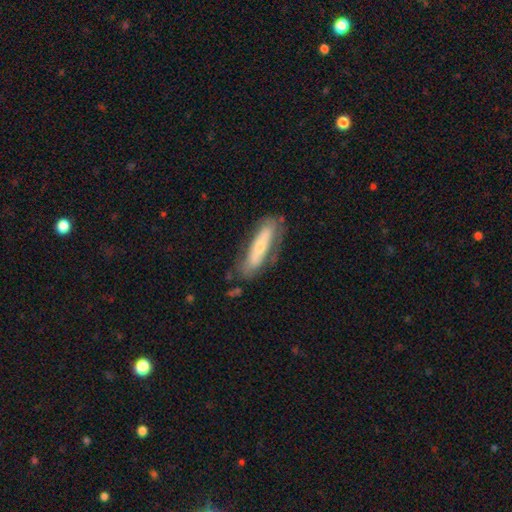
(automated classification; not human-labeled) Smooth or featured: smooth — 50% (featured or disk — 44%)
How rounded: cigar-shaped — 60% (in between — 38%)
Merging: none — 67% (minor disturbance — 21%)